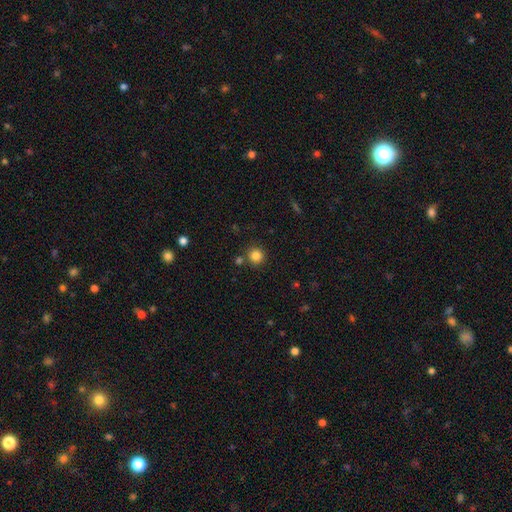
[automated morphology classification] A smooth galaxy with no disk features (84%) that is round (94%).

Vote fractions:
- Smooth or featured? smooth: 84% / star or artifact: 12% / featured or disk: 5%
- How rounded? round: 94% / in between: 5% / cigar-shaped: 1%
- Merging? none: 83% / merger: 8% / minor disturbance: 7% / major disturbance: 3%